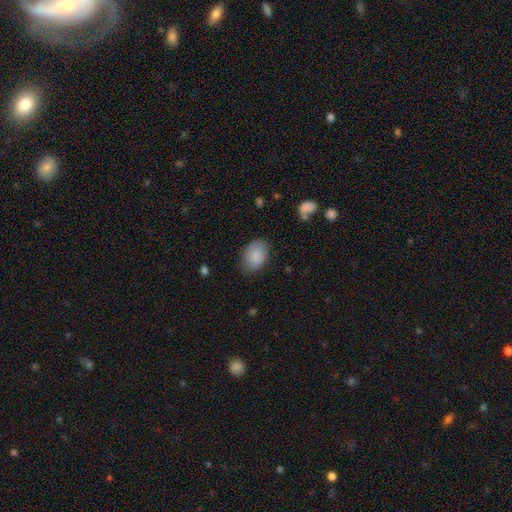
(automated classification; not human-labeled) smooth_or_featured: smooth (p=0.87) [alt: star or artifact p=0.07]
how_rounded: in between (p=0.85) [alt: round p=0.14]
merging: none (p=0.79) [alt: minor disturbance p=0.16]